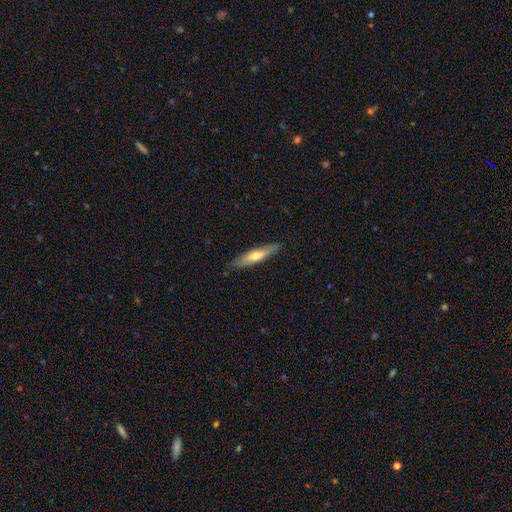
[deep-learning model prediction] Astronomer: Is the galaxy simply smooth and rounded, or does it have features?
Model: smooth — 53% (runner-up: featured or disk, 41%).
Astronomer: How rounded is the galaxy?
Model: cigar-shaped — 81%.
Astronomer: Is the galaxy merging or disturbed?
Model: none — 85%.